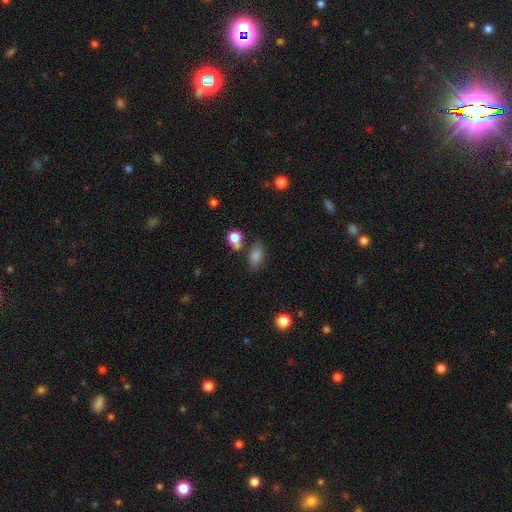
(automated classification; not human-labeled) Smooth or featured? Predicted: smooth (p=0.81). How rounded? Predicted: in between (p=0.85). Merging? Predicted: none (p=0.66).